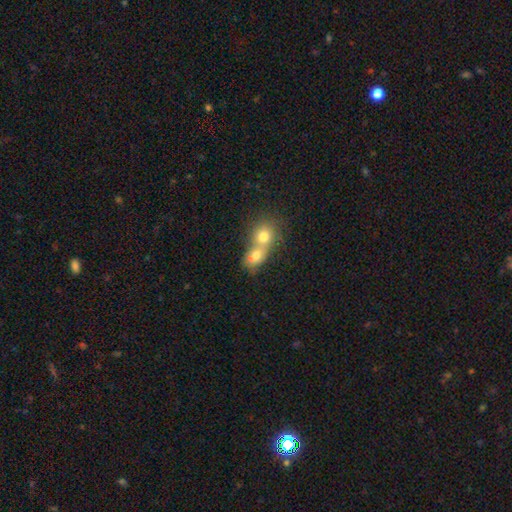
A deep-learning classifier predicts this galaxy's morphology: type=smooth (72%); roundness=in between (50%); merging=merger (73%).